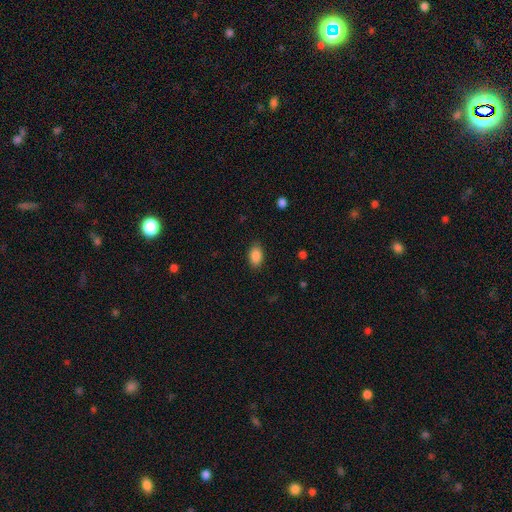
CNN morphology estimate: smooth 88%, star or artifact 8%, featured or disk 4%. Down the decision tree: how rounded — in between (89%); merging — none (86%).